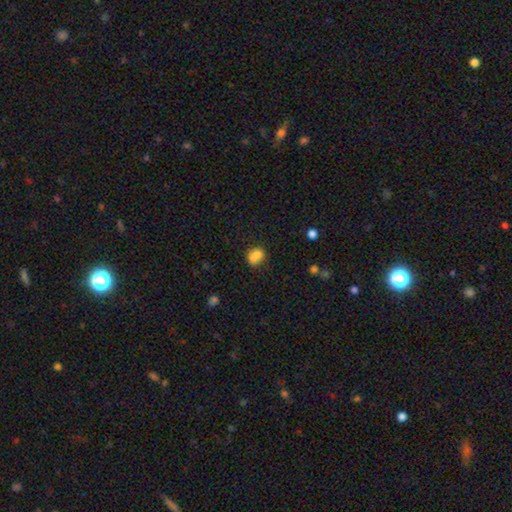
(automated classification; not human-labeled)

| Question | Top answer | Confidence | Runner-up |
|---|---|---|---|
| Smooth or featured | smooth | 76% | featured or disk (13%) |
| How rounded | round | 52% | in between (46%) |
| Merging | merger | 39% | none (38%) |